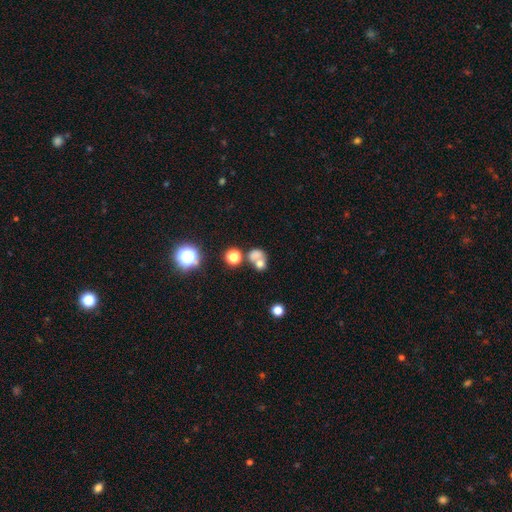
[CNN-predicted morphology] This is likely a smooth galaxy (64%). How rounded: likely round (60%). Merging: possibly merger (55%).